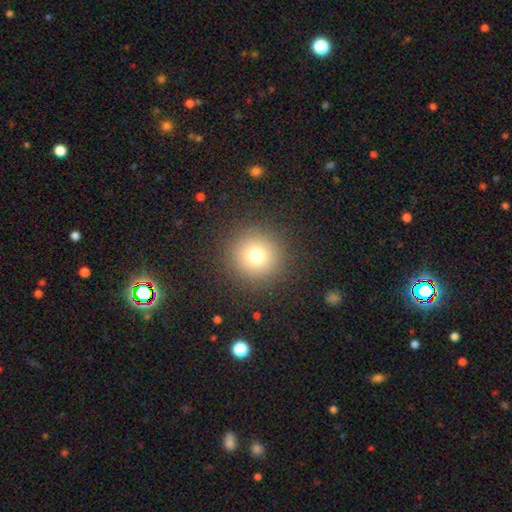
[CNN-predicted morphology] smooth_or_featured: smooth (p=0.74) [alt: star or artifact p=0.15]
how_rounded: round (p=0.96) [alt: in between p=0.03]
merging: none (p=0.90) [alt: minor disturbance p=0.06]